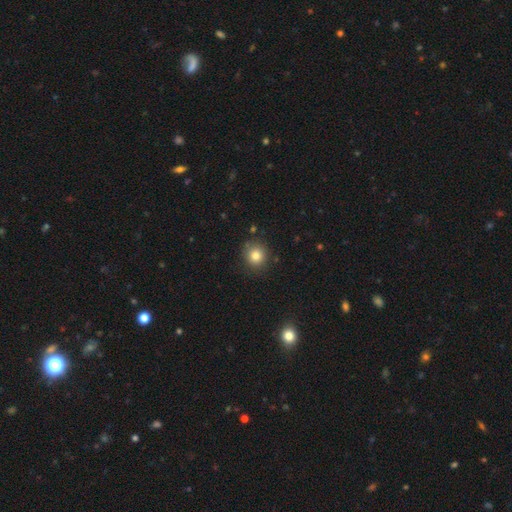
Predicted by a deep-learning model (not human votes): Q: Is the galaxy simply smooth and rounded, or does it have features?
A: smooth — 81%.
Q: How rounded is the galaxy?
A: round — 89%.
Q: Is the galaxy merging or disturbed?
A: none — 85%.